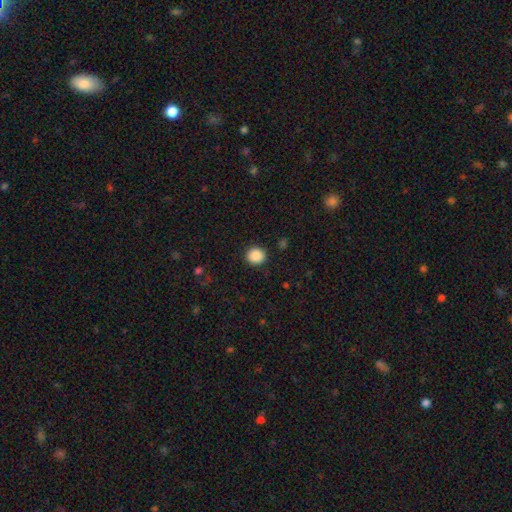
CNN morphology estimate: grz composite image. It shows a smooth galaxy with no disk features (88%) that is round (91%). Merging: none (91%).